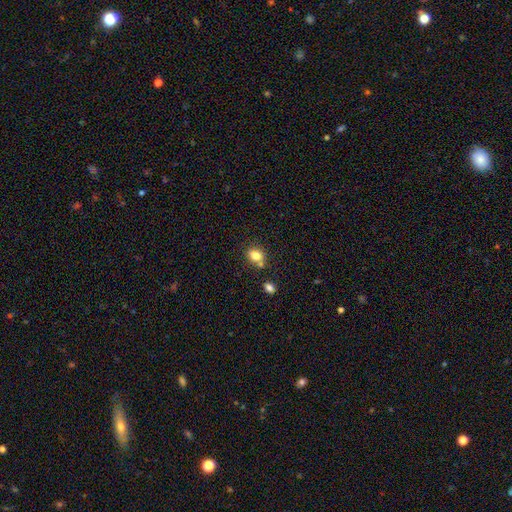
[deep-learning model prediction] Morphology: type=smooth (79%); roundness=round (54%); merging=none (57%).